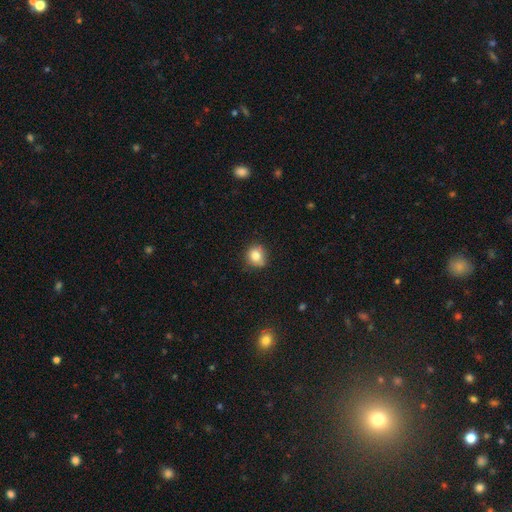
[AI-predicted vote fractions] Smooth or featured? smooth (80%)
How rounded? round (76%)
Merging? none (69%)